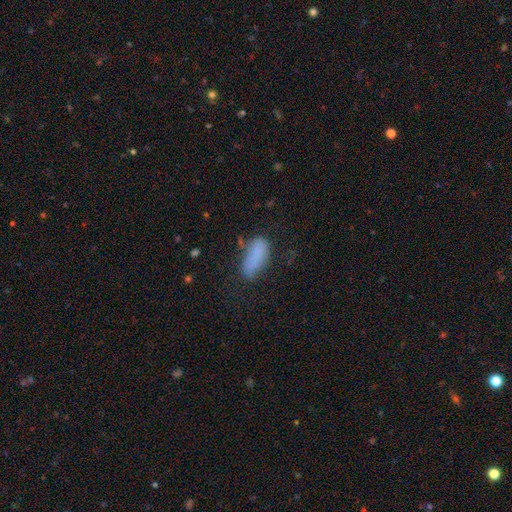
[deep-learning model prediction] Smooth or featured: smooth — 79% (featured or disk — 11%)
How rounded: in between — 84% (cigar-shaped — 13%)
Merging: none — 53% (minor disturbance — 28%)